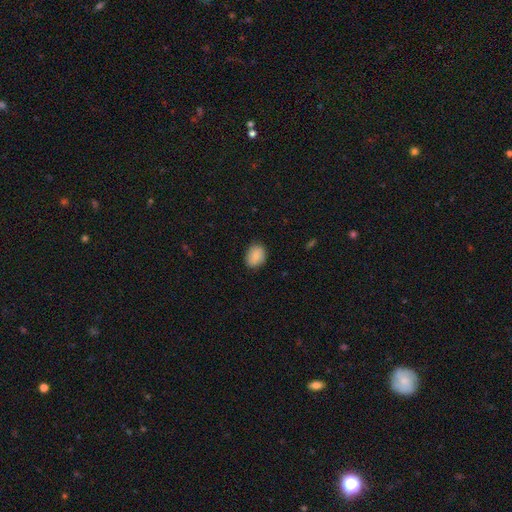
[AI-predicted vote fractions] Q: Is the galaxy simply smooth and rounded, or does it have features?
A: smooth — 86%.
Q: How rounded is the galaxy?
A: in between — 59%.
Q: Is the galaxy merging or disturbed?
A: none — 84%.